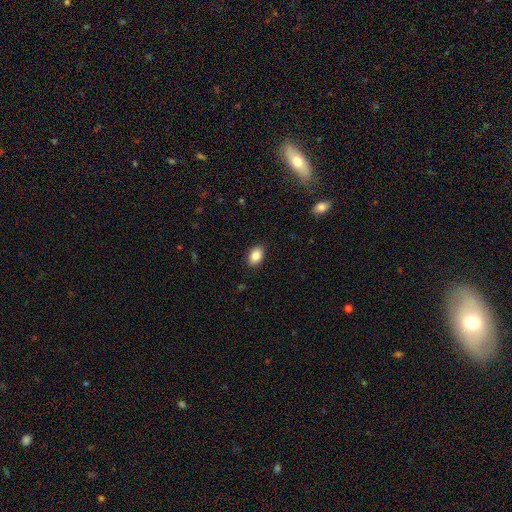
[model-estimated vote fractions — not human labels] Overall: smooth (87%). How rounded: in between (88%). Merging: none (89%).